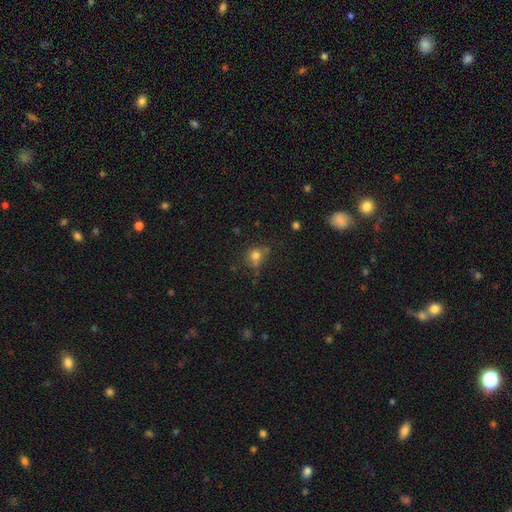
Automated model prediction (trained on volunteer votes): Overall: smooth (75%). How rounded: round (76%). Merging: none (58%; minor disturbance 22%).